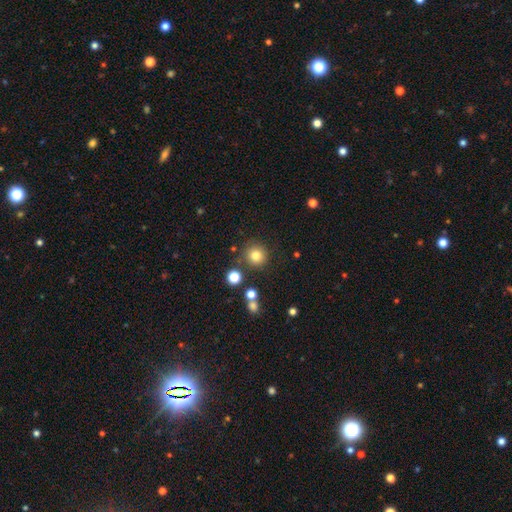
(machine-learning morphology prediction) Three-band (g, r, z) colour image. It shows a smooth galaxy with no disk features (80%) that is round (94%). Merging: none (82%).